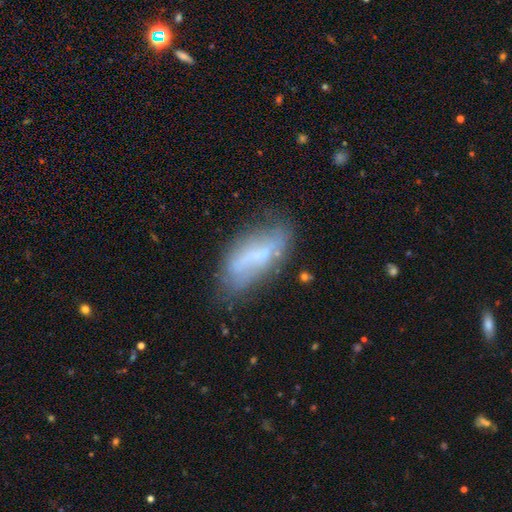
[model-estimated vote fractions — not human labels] Overall: smooth (47%; featured or disk 43%). Merging: none (54%; minor disturbance 28%).